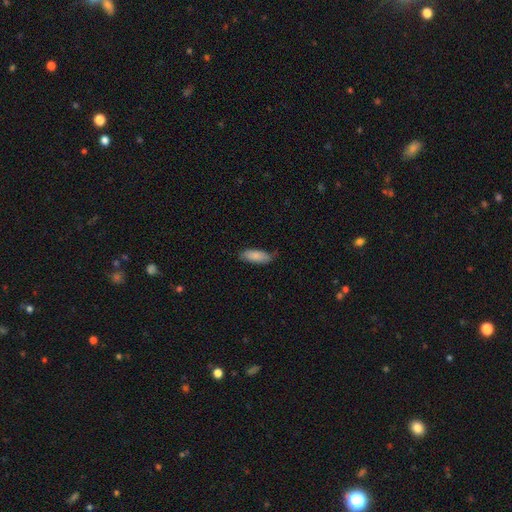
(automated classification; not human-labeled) Smooth or featured? Predicted: smooth (p=0.84). How rounded? Predicted: in between (p=0.76). Merging? Predicted: none (p=0.70).